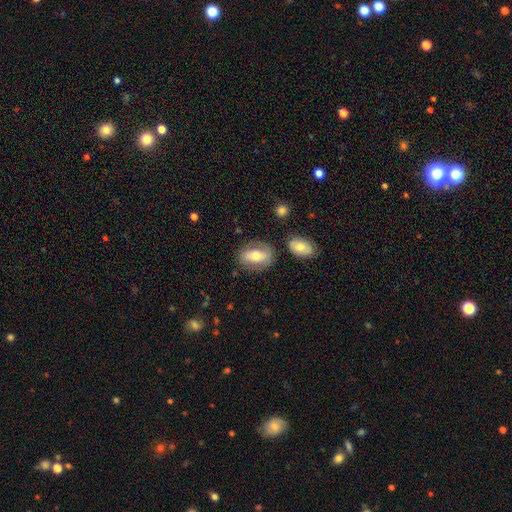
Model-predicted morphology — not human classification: type=smooth (50%); roundness=in between (77%); merging=none (73%).